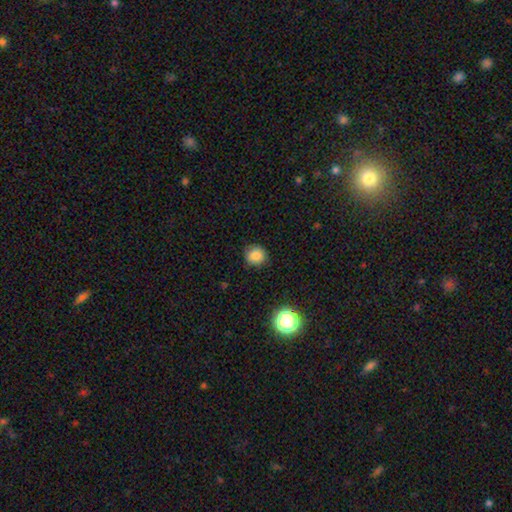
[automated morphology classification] smooth_or_featured: smooth (p=0.83) [alt: star or artifact p=0.12]
how_rounded: round (p=0.89) [alt: in between p=0.10]
merging: none (p=0.86) [alt: minor disturbance p=0.10]